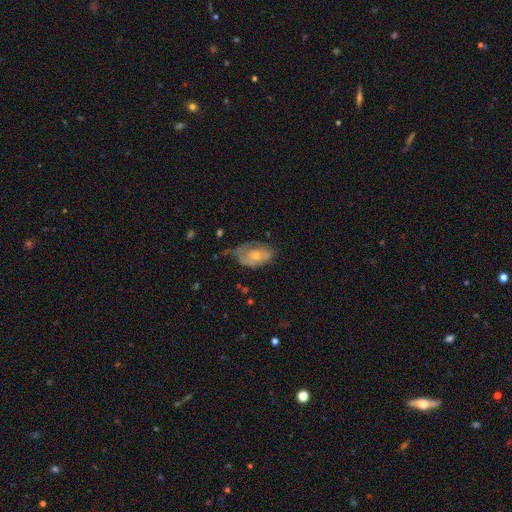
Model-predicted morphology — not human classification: type=featured or disk (49%); merging=minor disturbance (37%).